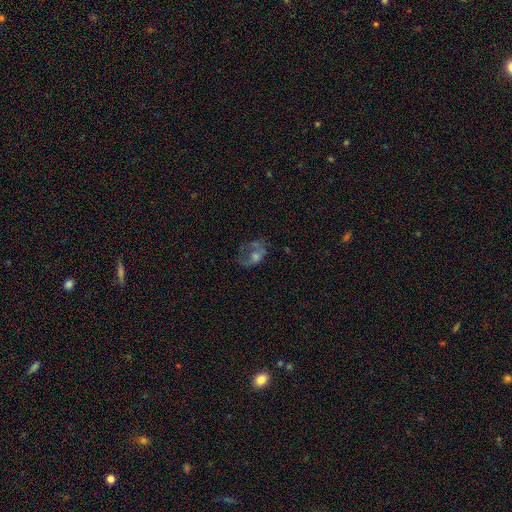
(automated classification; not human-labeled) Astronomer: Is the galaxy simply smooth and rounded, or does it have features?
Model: featured or disk — 49% (runner-up: smooth, 34%).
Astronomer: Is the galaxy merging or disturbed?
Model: major disturbance — 39% (runner-up: none, 36%).